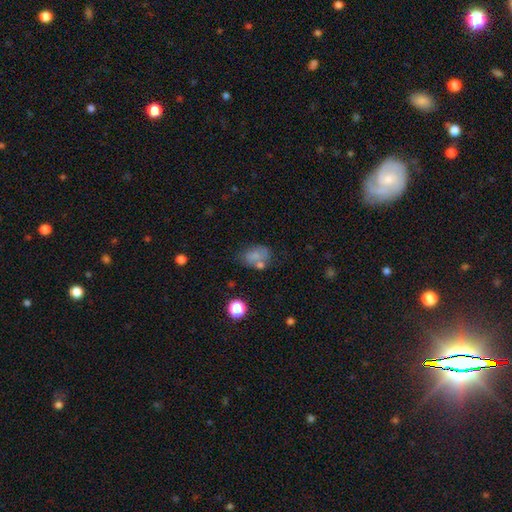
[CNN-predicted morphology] Smooth or featured? Predicted: smooth (p=0.68). How rounded? Predicted: in between (p=0.74). Merging? Predicted: none (p=0.45).